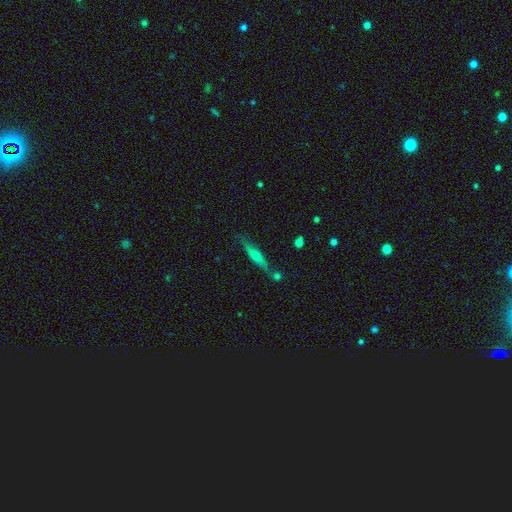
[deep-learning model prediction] Smooth or featured? Predicted: featured or disk (p=0.52). Edge-on disk? Predicted: yes (p=0.90). Merging? Predicted: none (p=0.71).